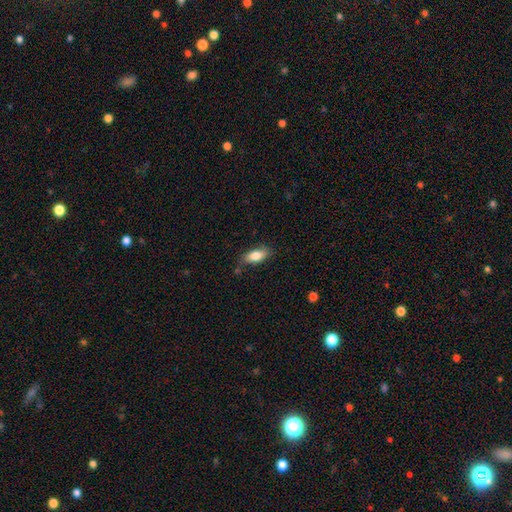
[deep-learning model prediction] This appears to be a smooth galaxy with no disk features (80%) that is in between round and cigar-shaped (85%). Merging: none (68%).